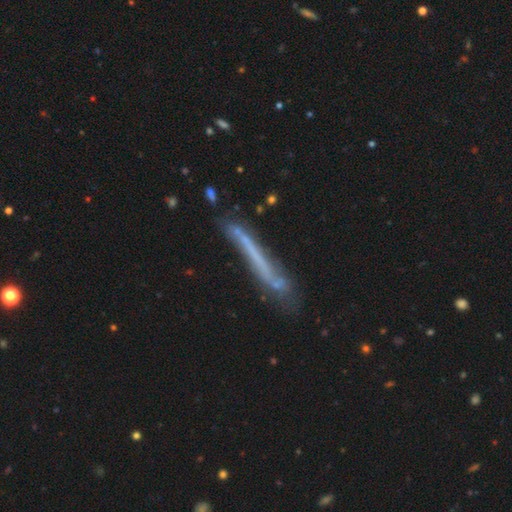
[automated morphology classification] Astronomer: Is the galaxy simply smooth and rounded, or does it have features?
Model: featured or disk — 49% (runner-up: smooth, 41%).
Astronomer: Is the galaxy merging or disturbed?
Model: none — 66%.